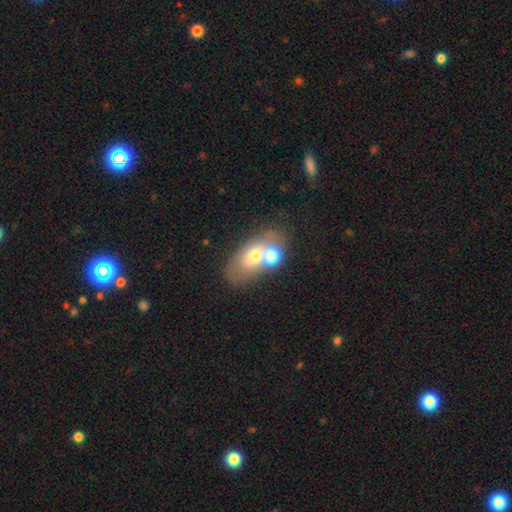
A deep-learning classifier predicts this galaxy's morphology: A smooth galaxy with no disk features (60%) that is in between round and cigar-shaped (82%).

Vote fractions:
- Smooth or featured? smooth: 60% / featured or disk: 30% / star or artifact: 10%
- How rounded? in between: 82% / round: 15% / cigar-shaped: 3%
- Merging? merger: 59% / none: 27% / minor disturbance: 9% / major disturbance: 6%